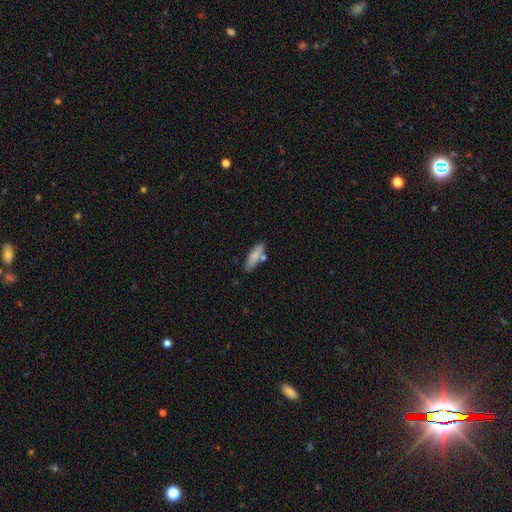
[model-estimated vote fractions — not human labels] The model was most divided on "how rounded" (2-way tie): in between: 49%, cigar-shaped: 49%, round: 2%. More confident: smooth or featured — smooth (75%); merging — none (71%).